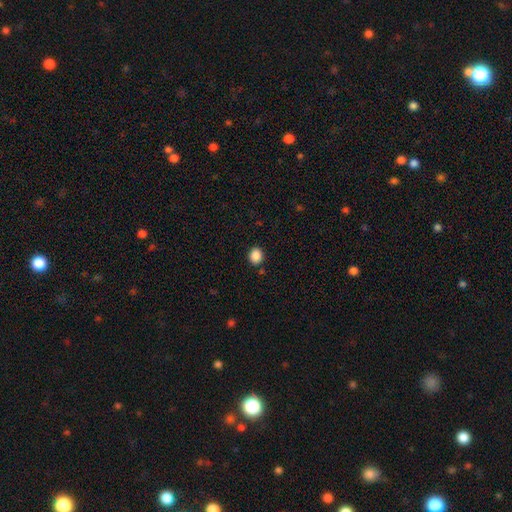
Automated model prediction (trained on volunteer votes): smooth 87%, star or artifact 10%, featured or disk 3%. Down the decision tree: how rounded — round (69%); merging — none (88%).